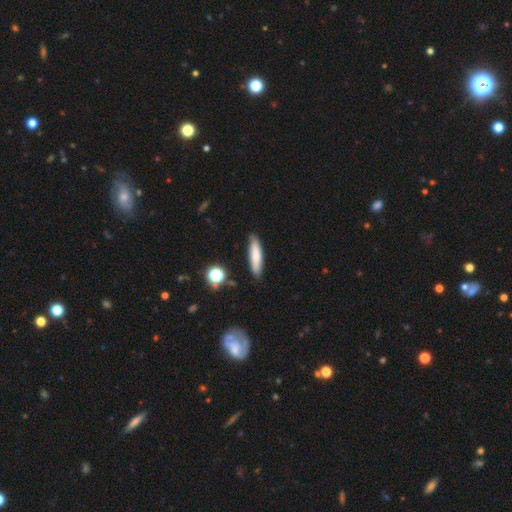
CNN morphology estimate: smooth-or-featured: smooth: 74% | featured or disk: 18% | star or artifact: 7%
  how-rounded: cigar-shaped: 74% | in between: 24% | round: 2%
  merging: none: 83% | minor disturbance: 12% | major disturbance: 2% | merger: 2%